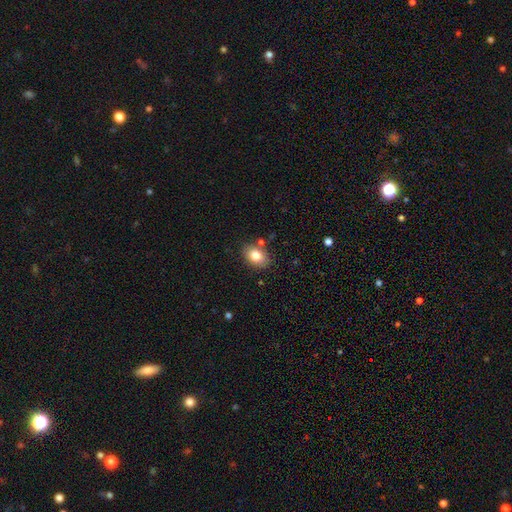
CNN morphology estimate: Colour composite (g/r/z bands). It shows a smooth galaxy with no disk features (82%) that is in between round and cigar-shaped (74%). Merging: none (79%).